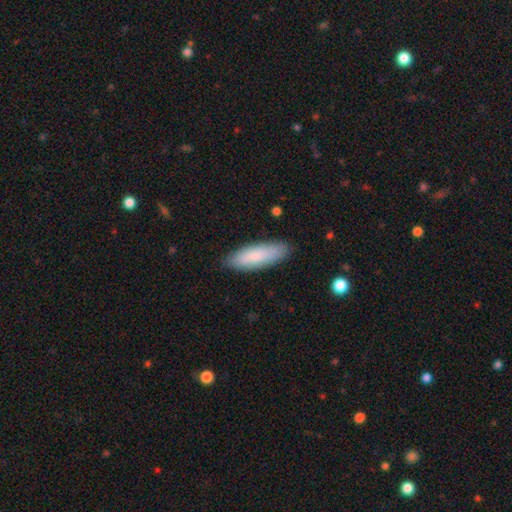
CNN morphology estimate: The model was most divided on "how rounded": in between: 55%, cigar-shaped: 43%, round: 2%. More confident: merging — none (86%); smooth or featured — smooth (82%).